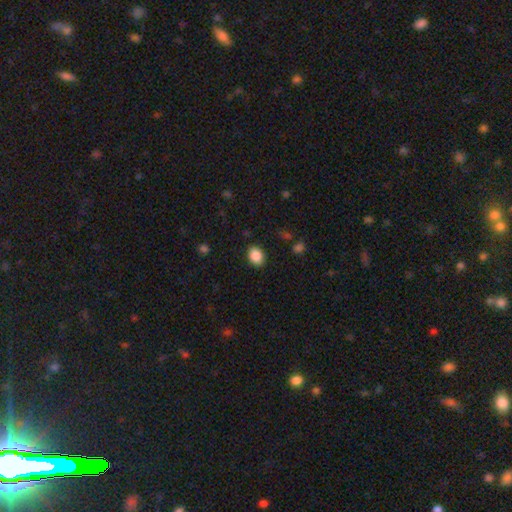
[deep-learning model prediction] Overall: smooth (88%). How rounded: in between (67%; round 32%). Merging: none (87%).